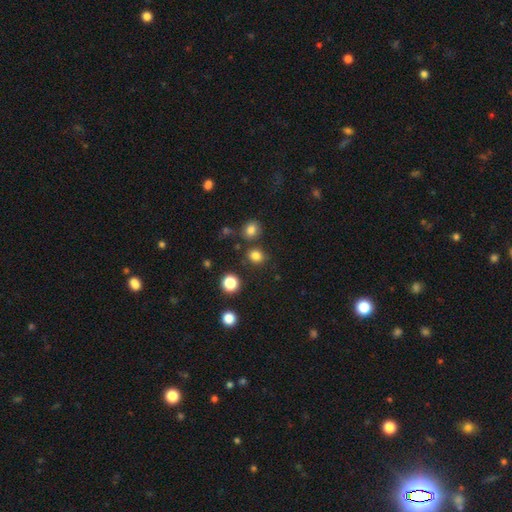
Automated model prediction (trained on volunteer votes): The model was most divided on "how rounded": round: 69%, in between: 30%, cigar-shaped: 1%. More confident: smooth or featured — smooth (80%); merging — none (79%).